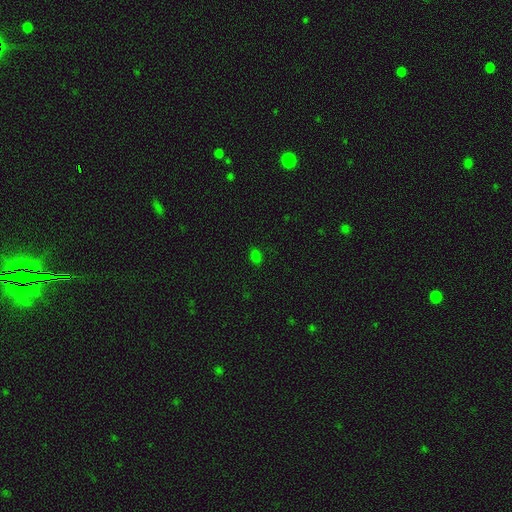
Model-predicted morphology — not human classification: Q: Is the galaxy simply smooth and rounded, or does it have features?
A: smooth — 76%.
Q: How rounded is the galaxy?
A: in between — 81%.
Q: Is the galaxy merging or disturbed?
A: none — 85%.